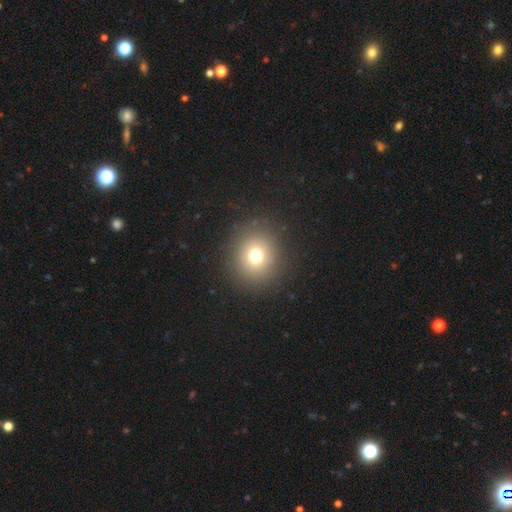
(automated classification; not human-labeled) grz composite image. It shows a smooth galaxy with no disk features (72%) that is round (85%). Merging: none (88%).